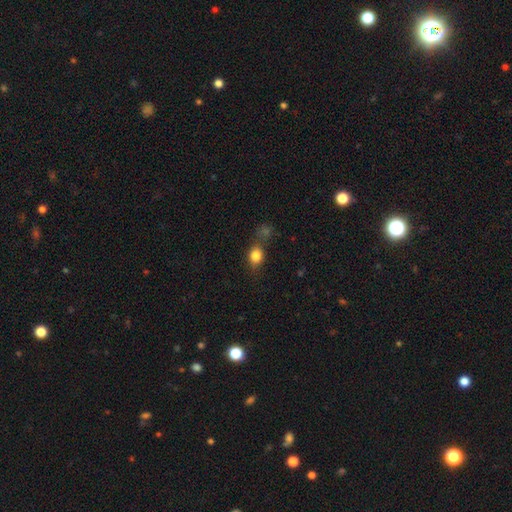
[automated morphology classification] smooth 81%, star or artifact 11%, featured or disk 8%. Down the decision tree: how rounded — round (50%); merging — none (58%).